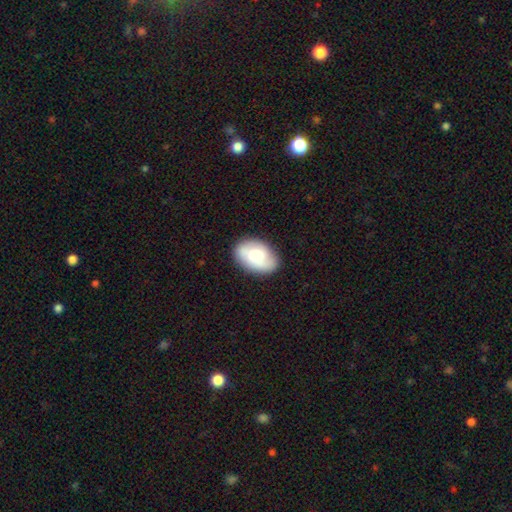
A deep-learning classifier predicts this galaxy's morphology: Smooth or featured? smooth (56%)
How rounded? in between (87%)
Merging? none (79%)